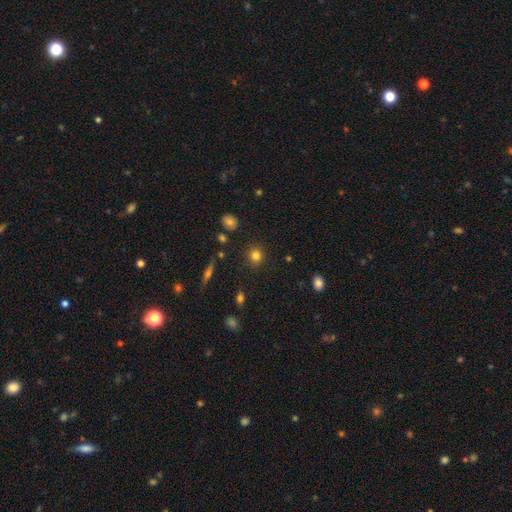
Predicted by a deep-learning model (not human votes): smooth_or_featured: smooth (p=0.81) [alt: star or artifact p=0.12]
how_rounded: round (p=0.86) [alt: in between p=0.13]
merging: none (p=0.88) [alt: minor disturbance p=0.08]